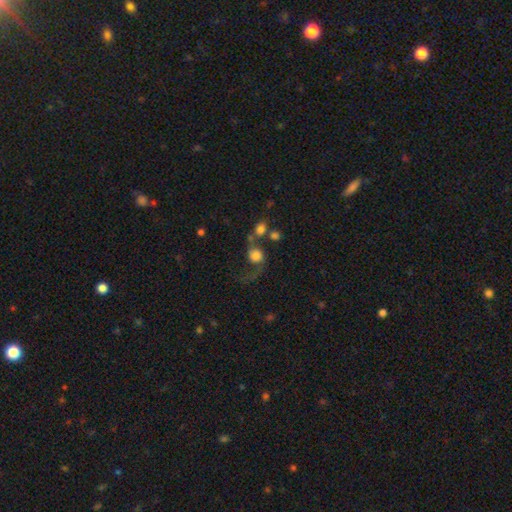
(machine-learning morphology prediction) Overall: smooth (53%; featured or disk 35%). How rounded: round (79%). Merging: major disturbance (30%; merger 29%).